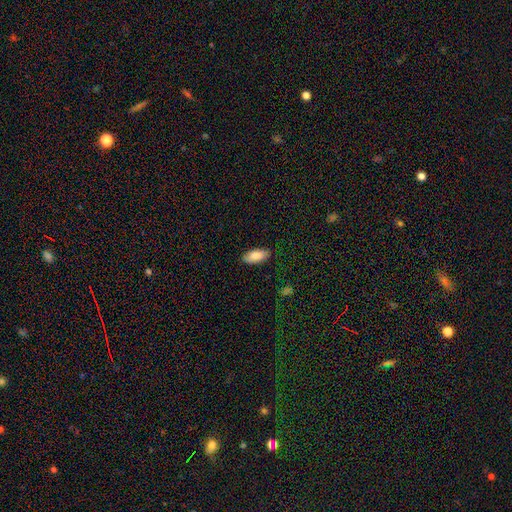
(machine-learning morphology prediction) A smooth galaxy with no disk features (87%) that is in between round and cigar-shaped (89%).

Vote fractions:
- Smooth or featured? smooth: 87% / featured or disk: 7% / star or artifact: 6%
- How rounded? in between: 89% / cigar-shaped: 10% / round: 2%
- Merging? none: 87% / minor disturbance: 10% / major disturbance: 2% / merger: 1%